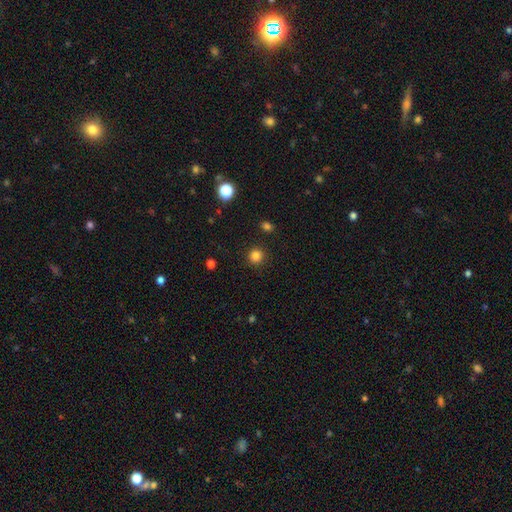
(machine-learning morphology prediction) smooth 84%, star or artifact 12%, featured or disk 4%. Down the decision tree: how rounded — round (93%); merging — none (91%).